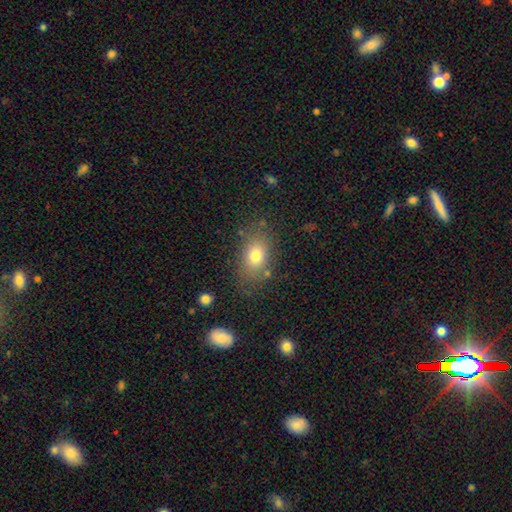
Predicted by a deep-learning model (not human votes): Smooth or featured: smooth — 75% (featured or disk — 13%)
How rounded: in between — 78% (round — 19%)
Merging: none — 76% (minor disturbance — 15%)